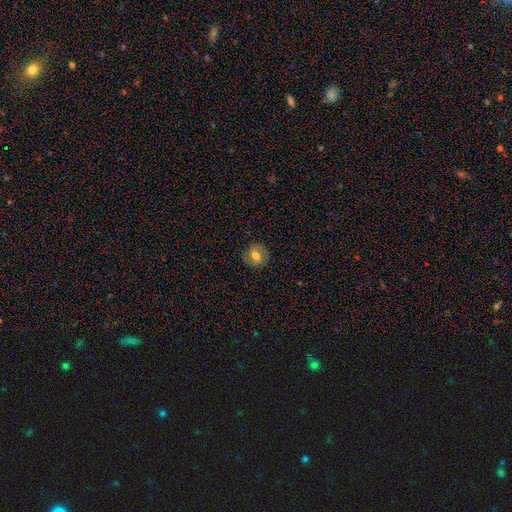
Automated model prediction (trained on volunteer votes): smooth-or-featured: smooth: 51% | featured or disk: 40% | star or artifact: 9%
  how-rounded: round: 68% | in between: 31% | cigar-shaped: 1%
  merging: none: 83% | minor disturbance: 12% | major disturbance: 4% | merger: 1%